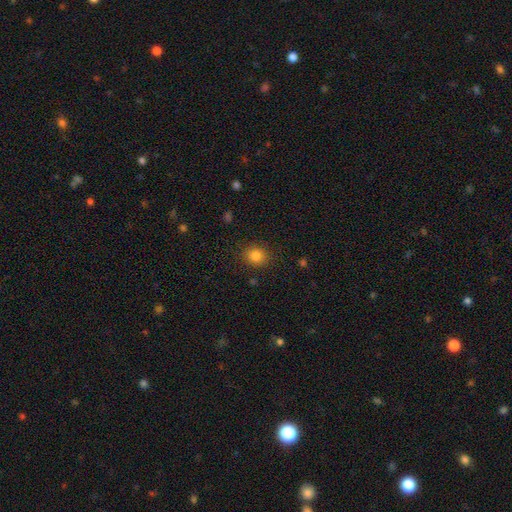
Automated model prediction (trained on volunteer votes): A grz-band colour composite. It shows a smooth galaxy with no disk features (82%) that is round (80%). Merging: none (88%).